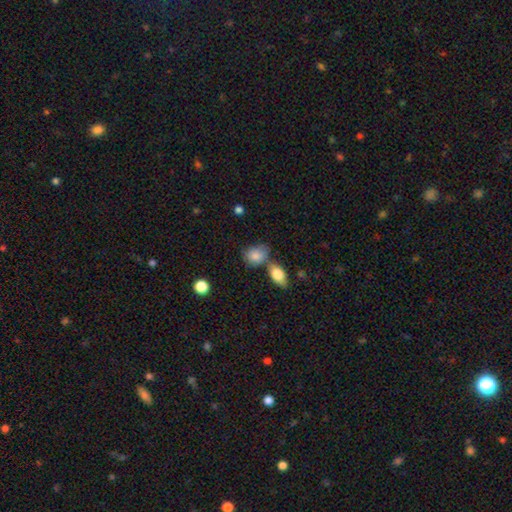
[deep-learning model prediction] This is clearly a smooth galaxy (84%). How rounded: possibly in between (58%). Merging: possibly none (50%).